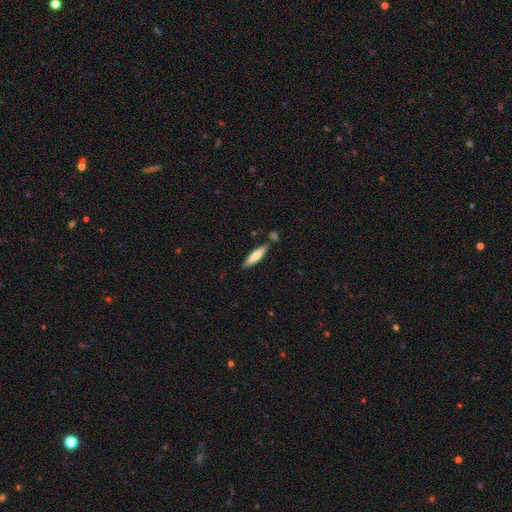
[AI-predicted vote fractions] Overall: smooth (73%). How rounded: cigar-shaped (80%). Merging: none (80%).